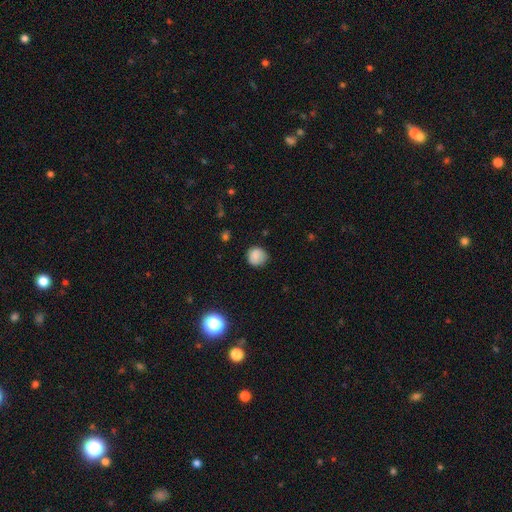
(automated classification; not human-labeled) Smooth or featured? Predicted: smooth (p=0.84). How rounded? Predicted: round (p=0.91). Merging? Predicted: none (p=0.80).